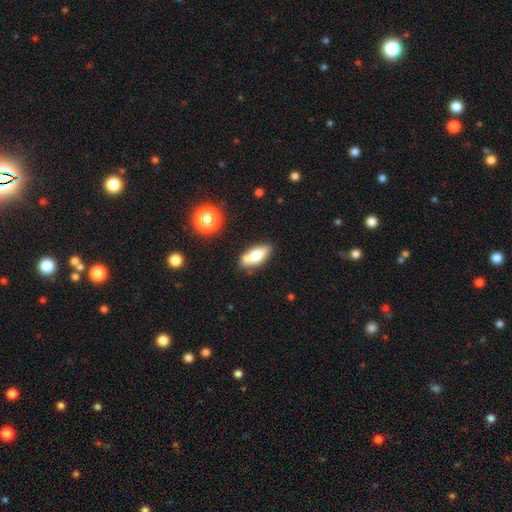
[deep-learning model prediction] Overall: smooth (71%). How rounded: in between (82%). Merging: none (64%).